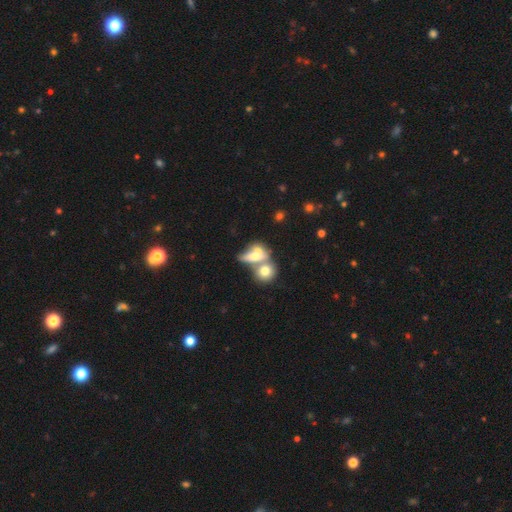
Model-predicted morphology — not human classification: Q: Smooth or featured?
A: smooth (56%); runner-up: featured or disk (33%)
Q: How rounded?
A: in between (63%); runner-up: round (27%)
Q: Merging?
A: merger (66%); runner-up: none (18%)